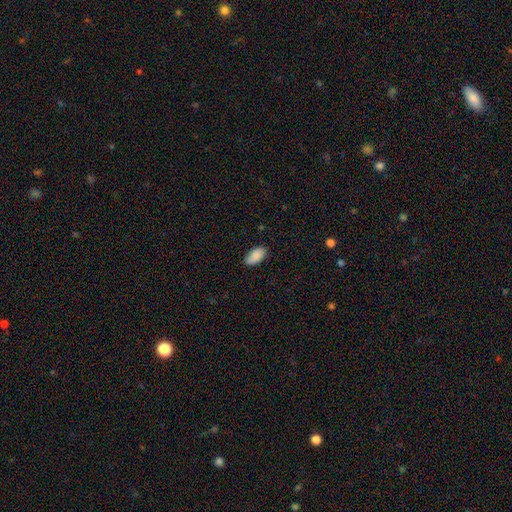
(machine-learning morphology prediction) smooth 88%, star or artifact 7%, featured or disk 5%. Down the decision tree: how rounded — in between (95%); merging — none (80%).